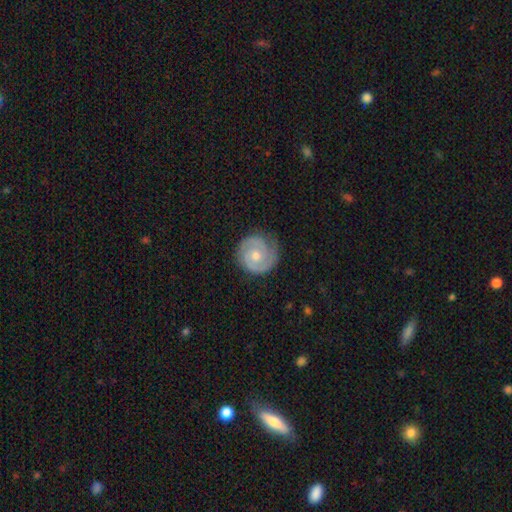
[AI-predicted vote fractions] Smooth or featured? featured or disk (79%)
Edge-on disk? no (98%)
Bar? no (72%)
Spiral arms? yes (94%)
Spiral winding? tight (70%)
Spiral arm count? 2 (69%)
Bulge size? moderate (65%)
Merging? none (78%)